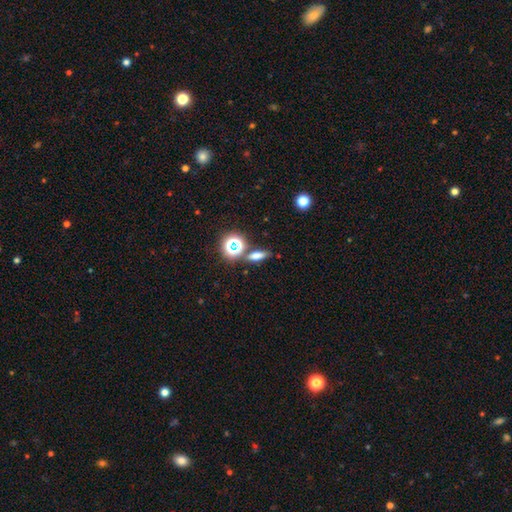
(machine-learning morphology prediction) Smooth or featured?
  - smooth: 61% *
  - star or artifact: 22%
  - featured or disk: 17%
How rounded?
  - in between: 44% *
  - cigar-shaped: 39%
  - round: 17%
Merging?
  - none: 75% *
  - merger: 11%
  - minor disturbance: 11%
  - major disturbance: 4%